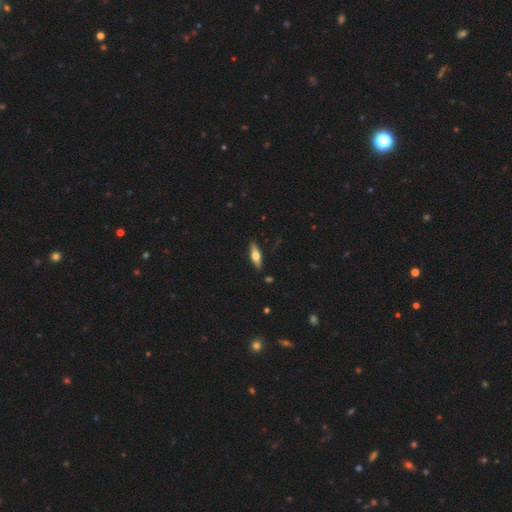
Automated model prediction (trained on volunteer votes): Smooth or featured?
  - smooth: 50% *
  - featured or disk: 44%
  - star or artifact: 6%
Merging?
  - none: 87% *
  - minor disturbance: 10%
  - major disturbance: 2%
  - merger: 1%